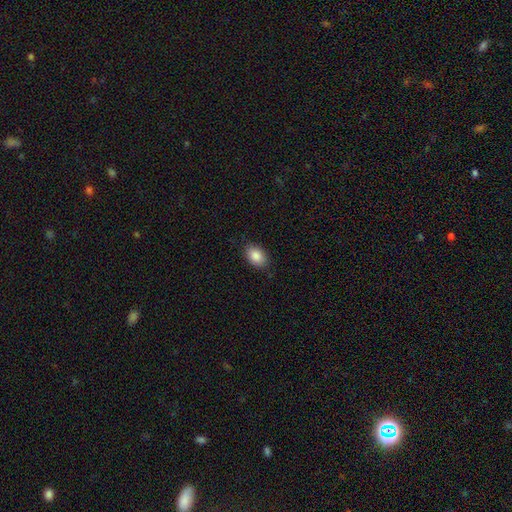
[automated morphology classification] Smooth or featured: smooth — 87% (star or artifact — 8%)
How rounded: in between — 85% (round — 14%)
Merging: none — 86% (minor disturbance — 11%)